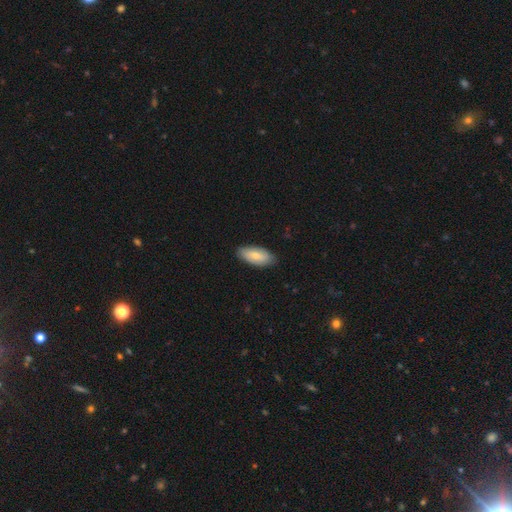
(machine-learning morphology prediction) This appears to be a smooth galaxy with no disk features (66%) that is in between round and cigar-shaped (90%). Merging: none (84%).